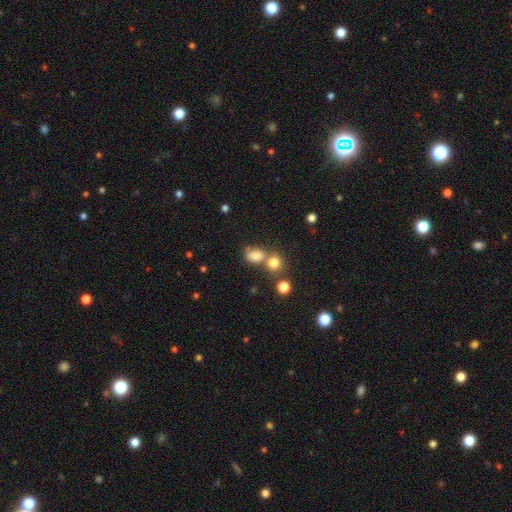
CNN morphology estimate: Q: Smooth or featured?
A: smooth (78%); runner-up: star or artifact (13%)
Q: How rounded?
A: in between (60%); runner-up: round (38%)
Q: Merging?
A: none (41%); runner-up: merger (40%)